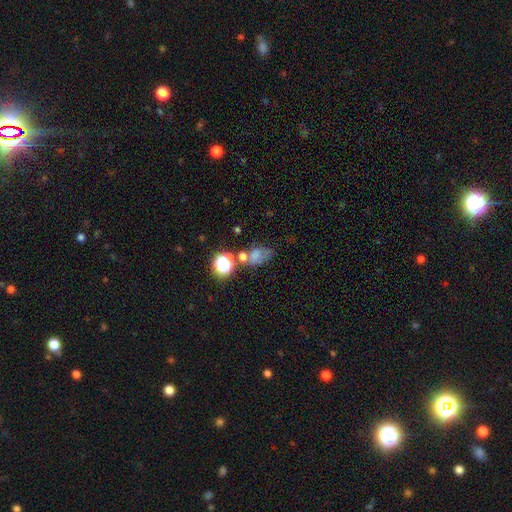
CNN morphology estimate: smooth_or_featured: smooth (p=0.61) [alt: star or artifact p=0.22]
how_rounded: in between (p=0.67) [alt: round p=0.31]
merging: none (p=0.42) [alt: merger p=0.25]